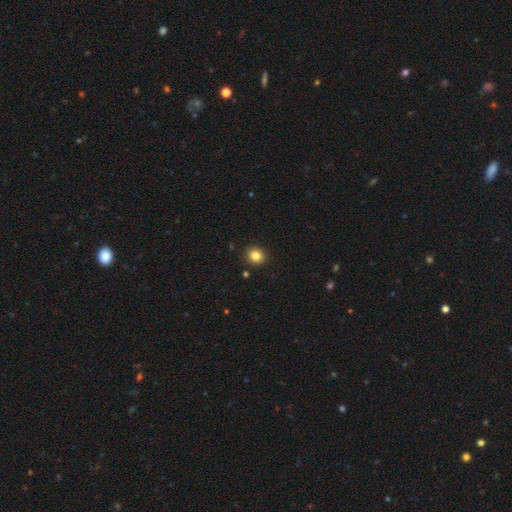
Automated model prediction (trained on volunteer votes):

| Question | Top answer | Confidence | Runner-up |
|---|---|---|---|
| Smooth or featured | smooth | 83% | star or artifact (12%) |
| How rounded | round | 86% | in between (13%) |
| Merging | none | 91% | minor disturbance (6%) |